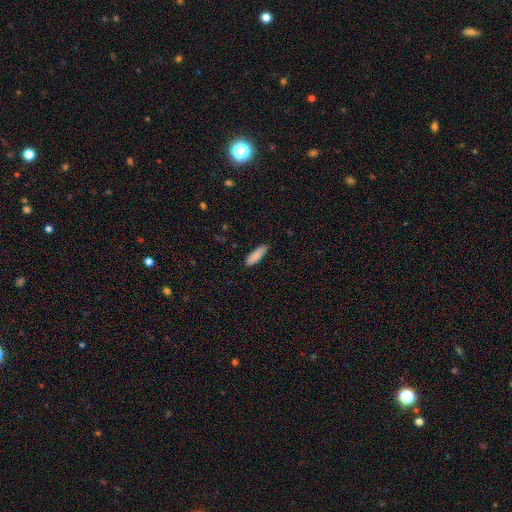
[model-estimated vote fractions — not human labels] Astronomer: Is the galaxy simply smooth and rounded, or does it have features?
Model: smooth — 87%.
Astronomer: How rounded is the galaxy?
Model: cigar-shaped — 50% (runner-up: in between, 49%).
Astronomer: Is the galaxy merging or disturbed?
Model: none — 86%.